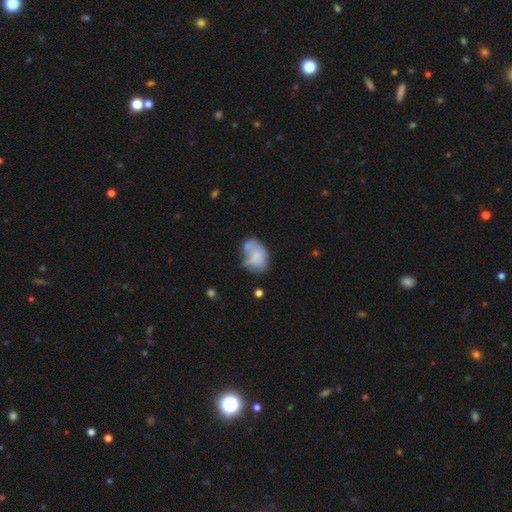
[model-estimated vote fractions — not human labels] Smooth or featured? Predicted: smooth (p=0.61). How rounded? Predicted: in between (p=0.75). Merging? Predicted: none (p=0.30).